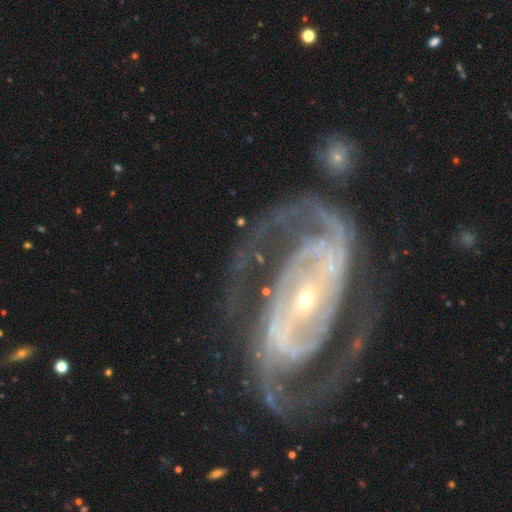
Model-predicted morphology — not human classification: featured or disk 92%, star or artifact 5%, smooth 3%. Down the decision tree: edge-on disk — no (97%); bar — strong (45%); spiral arms — yes (97%); spiral arm count — 2 (77%); spiral winding — medium (46%); bulge size — small (77%); merging — none (66%).